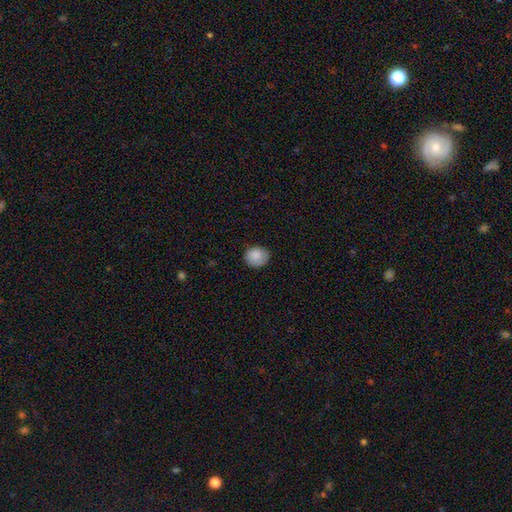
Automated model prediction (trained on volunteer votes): A smooth galaxy with no disk features (85%) that is round (72%).

Vote fractions:
- Smooth or featured? smooth: 85% / star or artifact: 7% / featured or disk: 7%
- How rounded? round: 72% / in between: 27% / cigar-shaped: 1%
- Merging? none: 76% / minor disturbance: 19% / major disturbance: 4% / merger: 1%